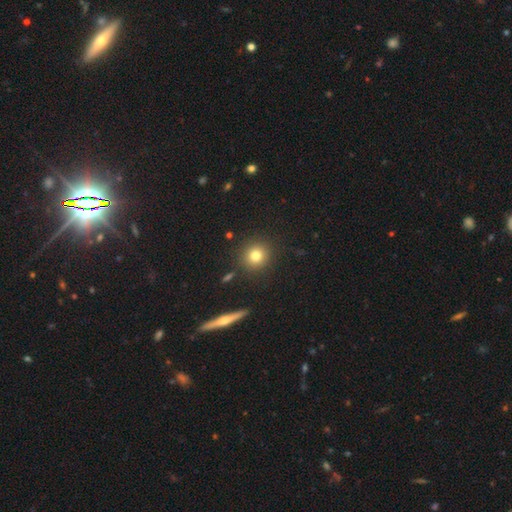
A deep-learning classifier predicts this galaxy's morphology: A smooth galaxy with no disk features (79%) that is round (92%). Merging: none (88%).